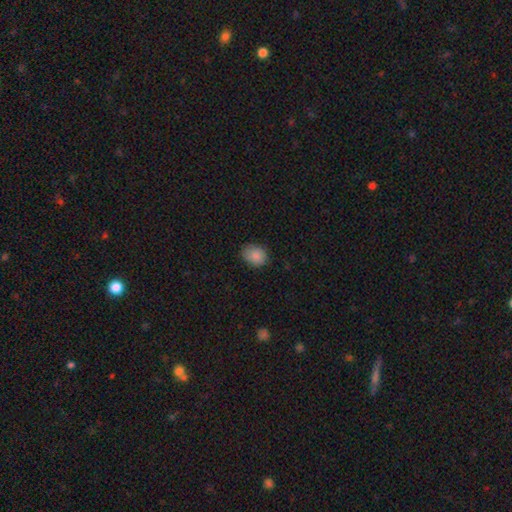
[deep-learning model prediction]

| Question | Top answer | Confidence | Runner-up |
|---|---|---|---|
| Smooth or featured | smooth | 87% | star or artifact (8%) |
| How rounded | round | 54% | in between (45%) |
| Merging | none | 78% | minor disturbance (18%) |